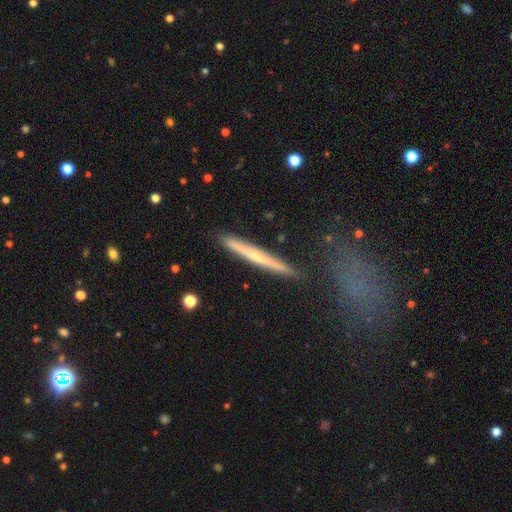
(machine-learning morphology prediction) Overall: featured or disk (59%; smooth 35%). Edge-on disk: yes (96%). Edge-on bulge: rounded (53%; none 43%). Merging: none (88%).